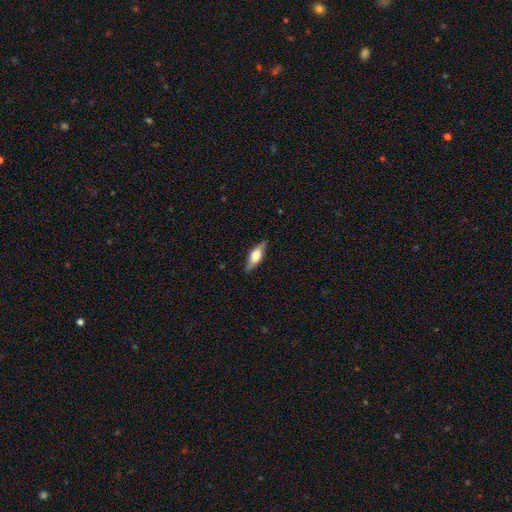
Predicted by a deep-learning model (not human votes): smooth_or_featured: smooth (p=0.48) [alt: featured or disk p=0.46]
merging: none (p=0.83) [alt: minor disturbance p=0.13]